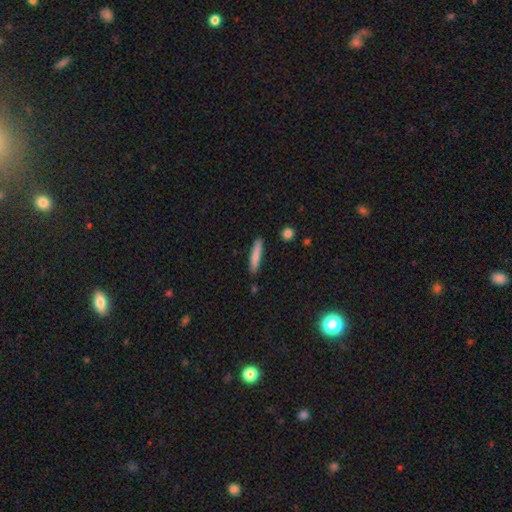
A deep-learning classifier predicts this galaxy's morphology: Smooth or featured?
  - smooth: 78% *
  - featured or disk: 16%
  - star or artifact: 6%
How rounded?
  - cigar-shaped: 91% *
  - in between: 8%
  - round: 1%
Merging?
  - none: 87% *
  - minor disturbance: 9%
  - merger: 2%
  - major disturbance: 2%